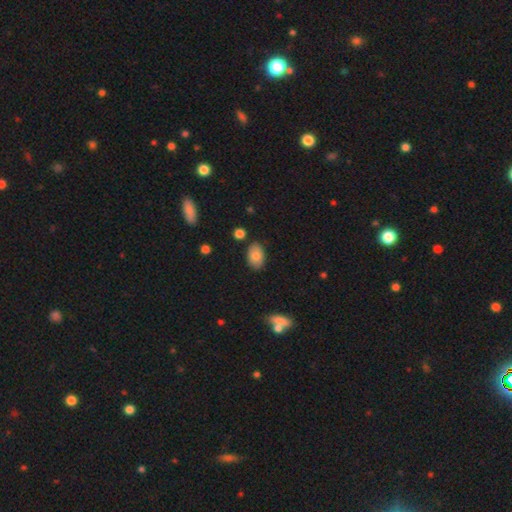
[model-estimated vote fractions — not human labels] Smooth or featured? Predicted: smooth (p=0.80). How rounded? Predicted: in between (p=0.91). Merging? Predicted: none (p=0.83).